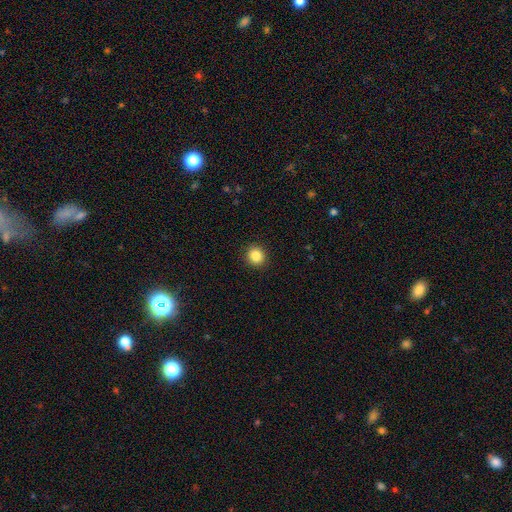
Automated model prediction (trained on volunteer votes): A smooth galaxy with no disk features (86%) that is round (90%). Merging: none (92%).